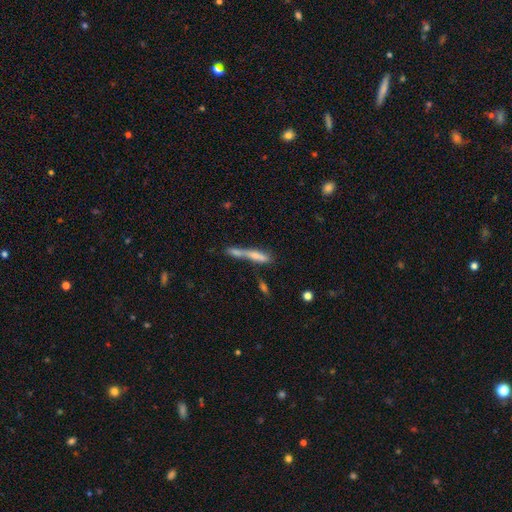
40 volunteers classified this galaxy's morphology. Smooth or featured: smooth — 62% (featured or disk — 35%)
How rounded: cigar-shaped — 64% (in between — 28%)
Merging: merger — 67% (none — 18%)